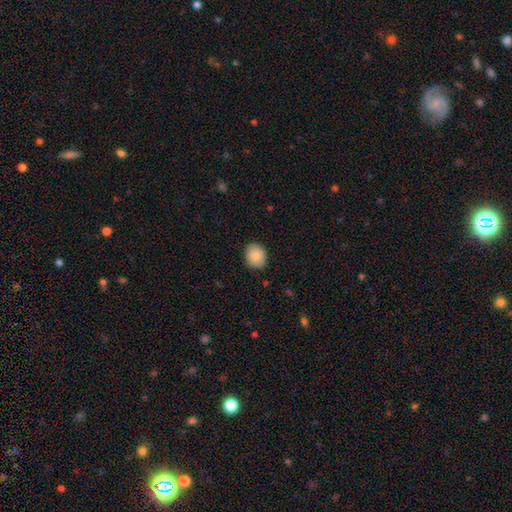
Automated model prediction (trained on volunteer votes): Smooth or featured?
  - smooth: 87% *
  - star or artifact: 8%
  - featured or disk: 6%
How rounded?
  - round: 60% *
  - in between: 39%
  - cigar-shaped: 1%
Merging?
  - none: 86% *
  - minor disturbance: 11%
  - major disturbance: 2%
  - merger: 1%